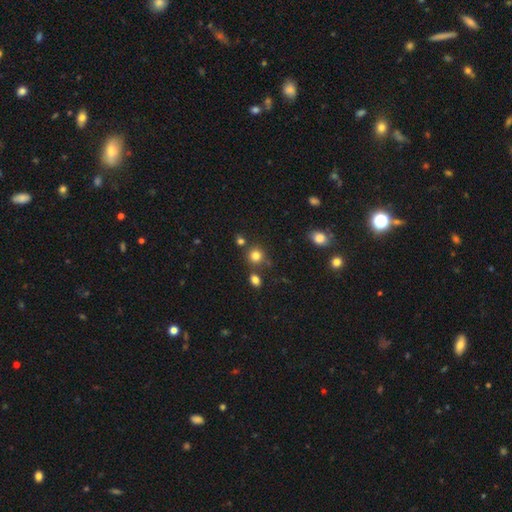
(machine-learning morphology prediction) Overall: smooth (79%). How rounded: round (87%). Merging: none (75%).